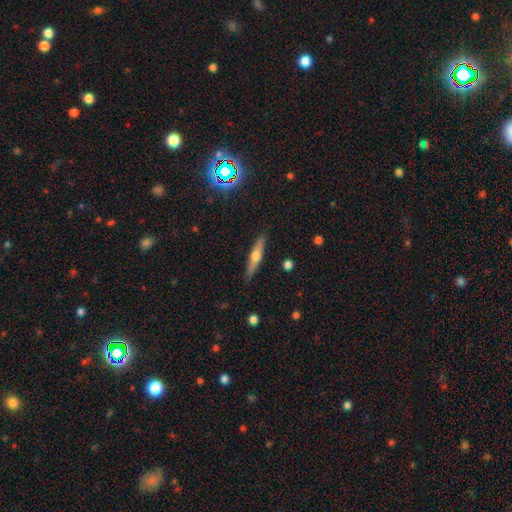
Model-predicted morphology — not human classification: Q: Smooth or featured?
A: featured or disk (54%); runner-up: smooth (39%)
Q: Edge-on disk?
A: yes (93%); runner-up: no (7%)
Q: Merging?
A: none (88%); runner-up: minor disturbance (9%)